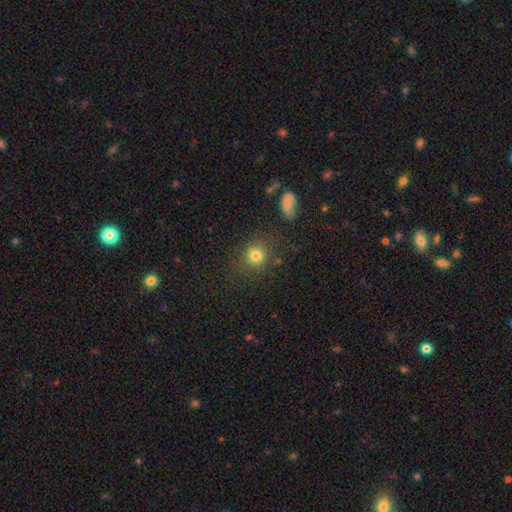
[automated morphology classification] smooth_or_featured: smooth (p=0.77) [alt: star or artifact p=0.15]
how_rounded: round (p=0.84) [alt: in between p=0.15]
merging: none (p=0.78) [alt: minor disturbance p=0.12]